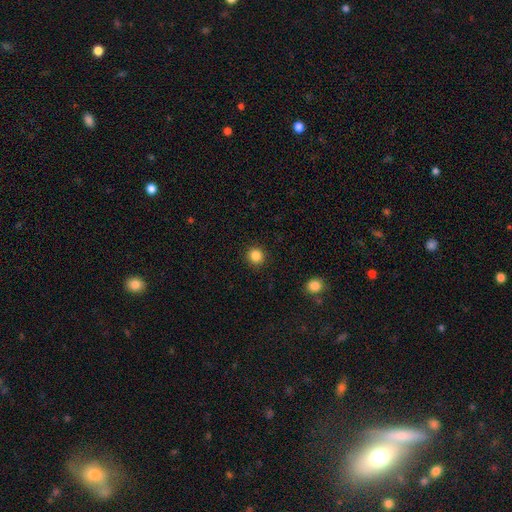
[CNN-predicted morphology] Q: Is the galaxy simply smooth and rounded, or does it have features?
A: smooth — 86%.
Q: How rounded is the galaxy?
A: round — 92%.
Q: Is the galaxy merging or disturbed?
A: none — 92%.